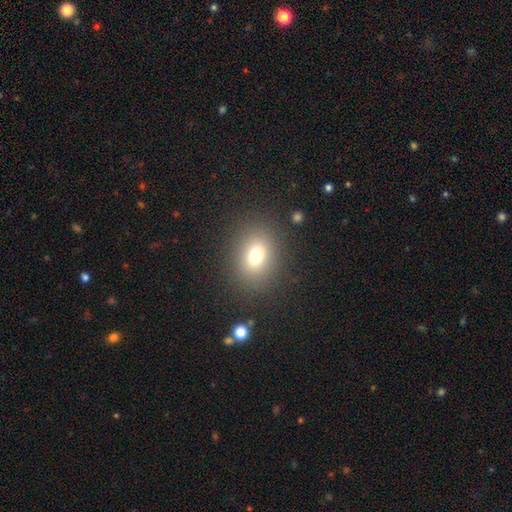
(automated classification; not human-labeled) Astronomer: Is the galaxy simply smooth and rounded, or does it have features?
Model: smooth — 71%.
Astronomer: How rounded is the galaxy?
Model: in between — 54% (runner-up: round, 45%).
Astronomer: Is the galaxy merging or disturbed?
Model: none — 84%.